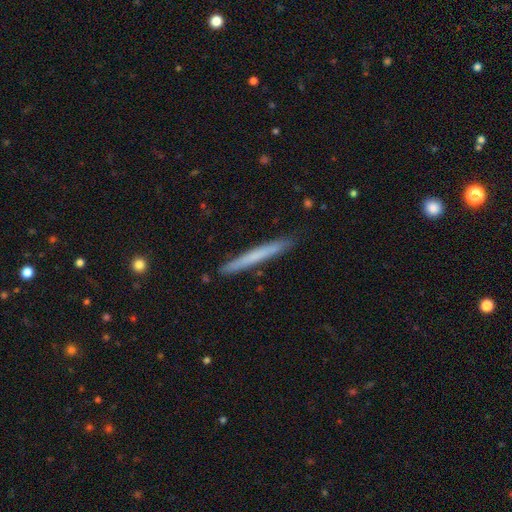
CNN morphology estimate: smooth 60%, featured or disk 34%, star or artifact 5%. Down the decision tree: how rounded — cigar-shaped (97%); merging — none (89%).